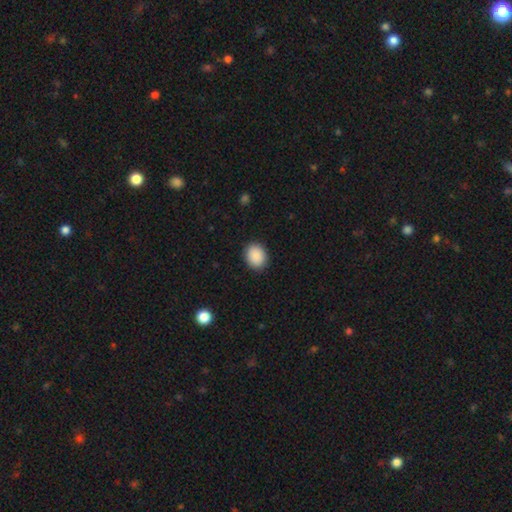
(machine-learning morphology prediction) smooth 90%, star or artifact 8%, featured or disk 3%. Down the decision tree: how rounded — round (52%); merging — none (89%).